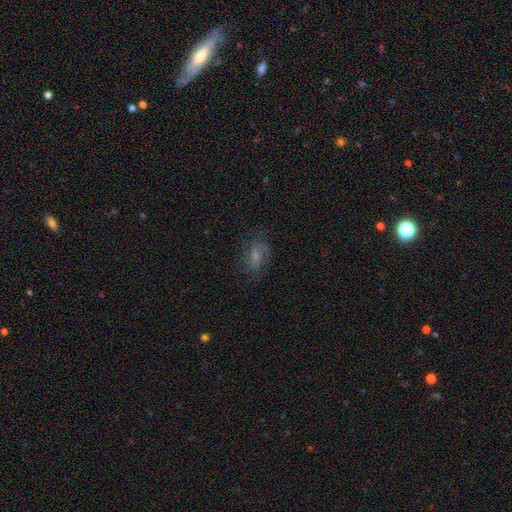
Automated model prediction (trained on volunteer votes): Smooth or featured? featured or disk (46%)
Merging? none (66%)